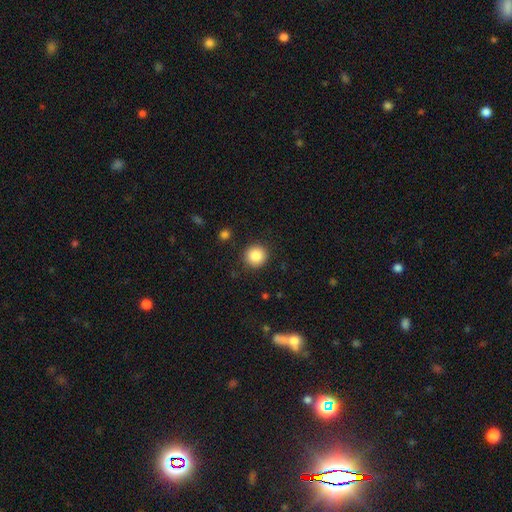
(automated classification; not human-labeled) Smooth or featured? smooth (87%)
How rounded? round (94%)
Merging? none (90%)